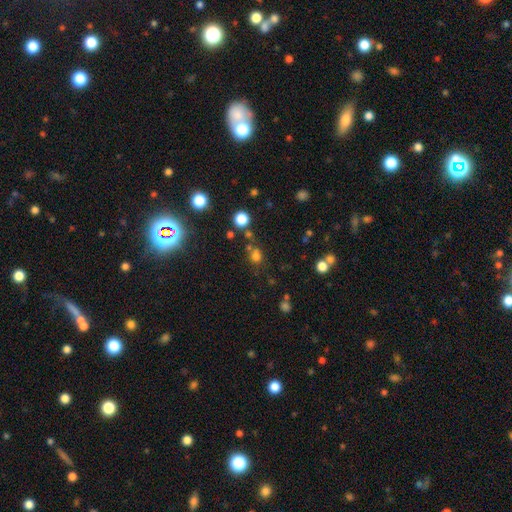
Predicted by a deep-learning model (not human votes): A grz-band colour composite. It shows a smooth galaxy with no disk features (68%) that is round (78%). Merging: none (65%).